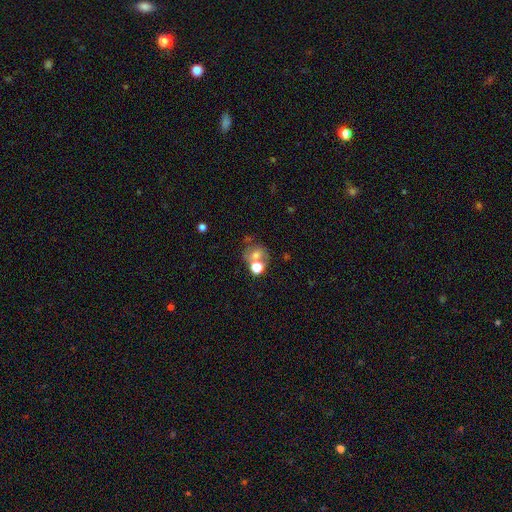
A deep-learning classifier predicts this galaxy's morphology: A smooth galaxy with no disk features (57%) that is round (67%). Merging: none (40%).